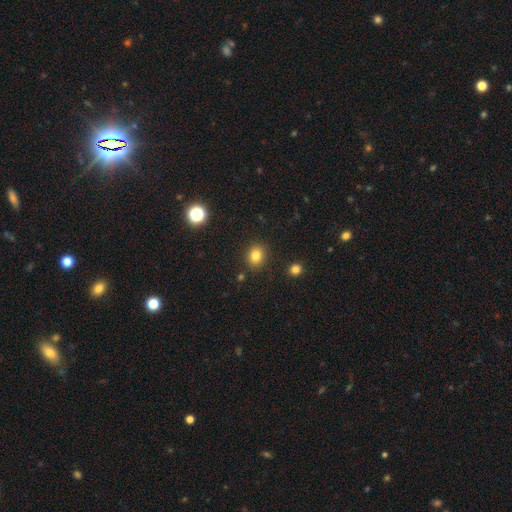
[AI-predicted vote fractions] Smooth or featured? smooth (82%)
How rounded? round (68%)
Merging? none (88%)